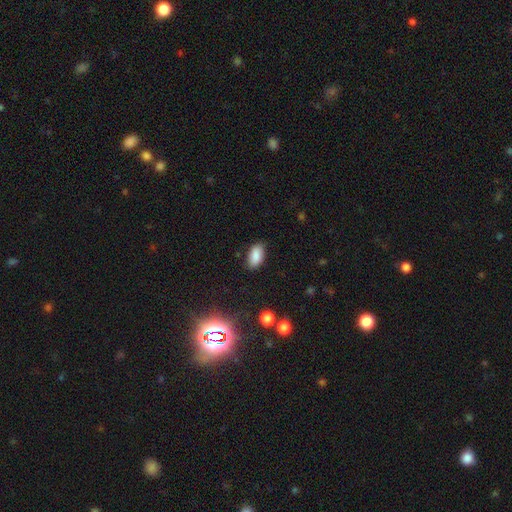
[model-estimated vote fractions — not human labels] Smooth or featured?
  - smooth: 86% *
  - star or artifact: 9%
  - featured or disk: 6%
How rounded?
  - in between: 93% *
  - round: 4%
  - cigar-shaped: 3%
Merging?
  - none: 84% *
  - minor disturbance: 12%
  - major disturbance: 3%
  - merger: 1%